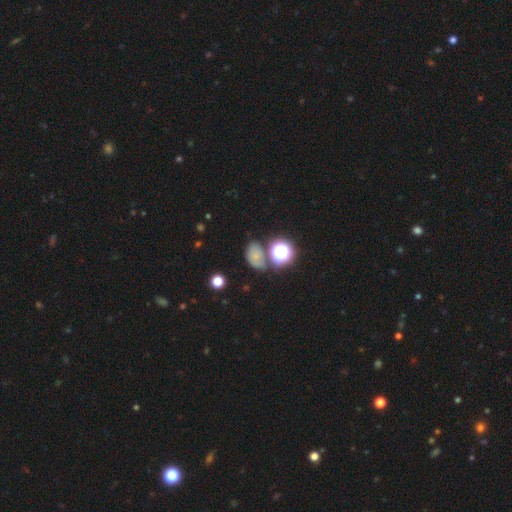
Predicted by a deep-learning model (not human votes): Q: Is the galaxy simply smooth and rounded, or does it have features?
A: smooth — 59%.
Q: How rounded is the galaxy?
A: in between — 68%.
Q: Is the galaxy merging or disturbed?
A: none — 59%.